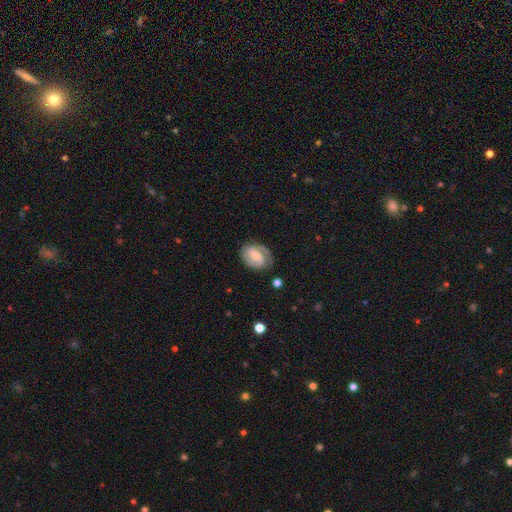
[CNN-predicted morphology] Smooth or featured: featured or disk — 68% (smooth — 25%)
Edge-on disk: no — 97% (yes — 3%)
Bar: weak — 47% (no — 27%)
Spiral arms: yes — 87% (no — 13%)
Spiral winding: medium — 42% (tight — 39%)
Spiral arm count: 2 — 69% (1 — 15%)
Bulge size: small — 47% (moderate — 46%)
Merging: none — 70% (minor disturbance — 21%)